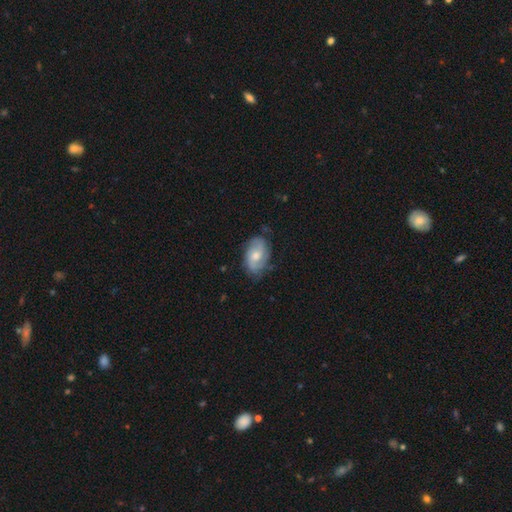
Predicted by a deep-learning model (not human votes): Smooth or featured? Predicted: featured or disk (p=0.62). Edge-on disk? Predicted: no (p=0.96). Bar? Predicted: no (p=0.61). Spiral arms? Predicted: yes (p=0.87). Spiral winding? Predicted: medium (p=0.43). Spiral arm count? Predicted: 2 (p=0.58). Bulge size? Predicted: moderate (p=0.63). Merging? Predicted: none (p=0.68).